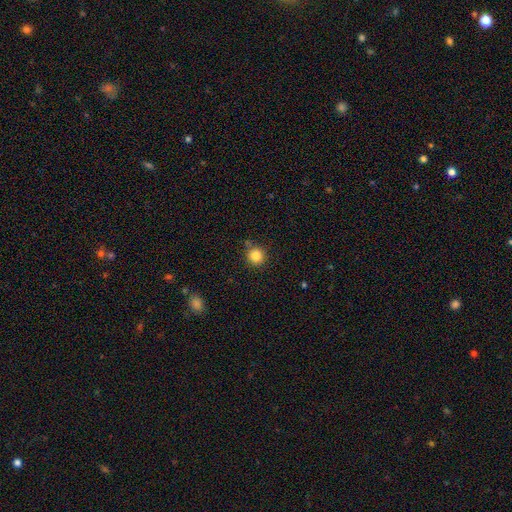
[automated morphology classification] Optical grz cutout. It shows a smooth galaxy with no disk features (84%) that is round (93%). Merging: none (84%).